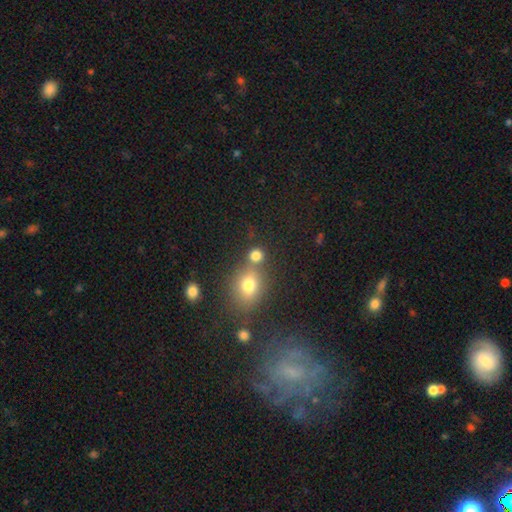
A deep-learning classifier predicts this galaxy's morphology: Smooth or featured? Predicted: smooth (p=0.77). How rounded? Predicted: round (p=0.80). Merging? Predicted: none (p=0.61).